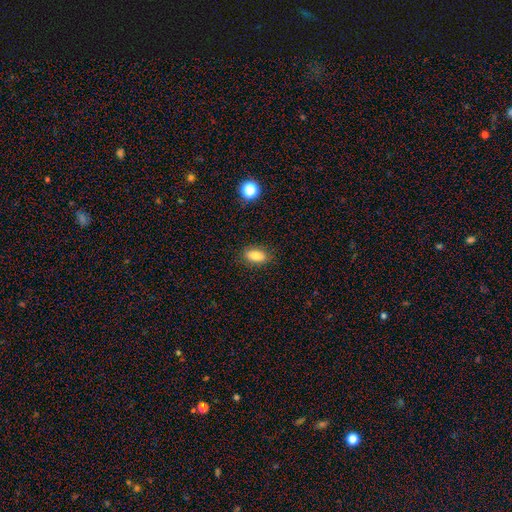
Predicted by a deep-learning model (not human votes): smooth-or-featured: smooth: 79% | featured or disk: 12% | star or artifact: 9%
  how-rounded: in between: 89% | round: 7% | cigar-shaped: 5%
  merging: none: 86% | minor disturbance: 10% | major disturbance: 2% | merger: 1%